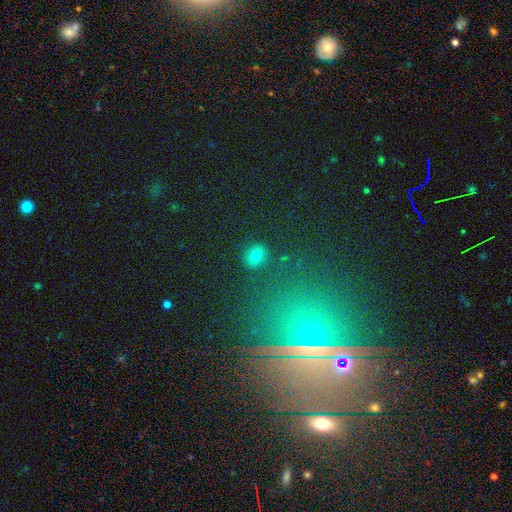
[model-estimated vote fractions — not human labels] smooth-or-featured: smooth: 72% | star or artifact: 18% | featured or disk: 9%
  how-rounded: round: 50% | in between: 49% | cigar-shaped: 2%
  merging: none: 84% | minor disturbance: 10% | major disturbance: 3% | merger: 3%